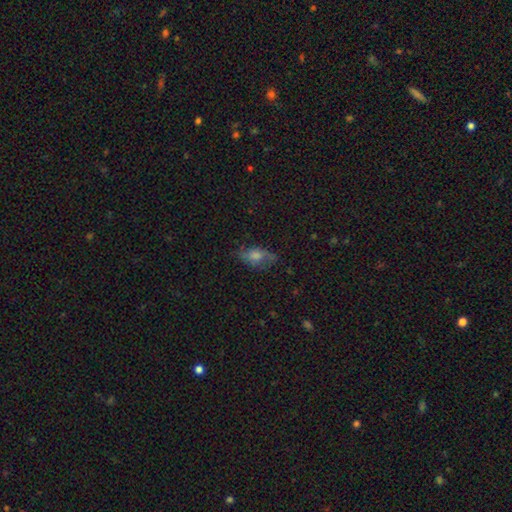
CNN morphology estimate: Smooth or featured? smooth (60%)
How rounded? in between (84%)
Merging? none (63%)